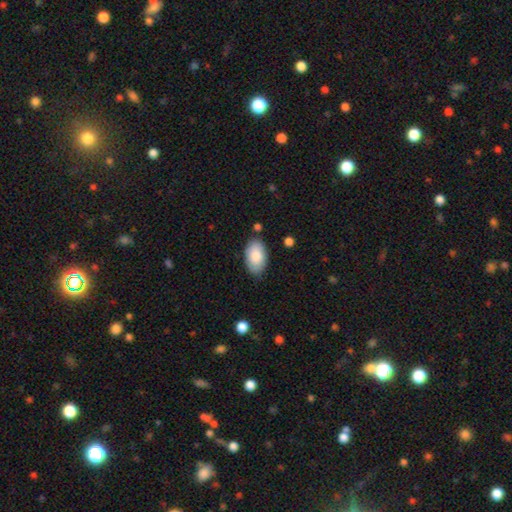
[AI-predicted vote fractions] Smooth or featured?
  - smooth: 84% *
  - featured or disk: 10%
  - star or artifact: 6%
How rounded?
  - in between: 95% *
  - round: 4%
  - cigar-shaped: 1%
Merging?
  - none: 81% *
  - minor disturbance: 13%
  - major disturbance: 3%
  - merger: 2%